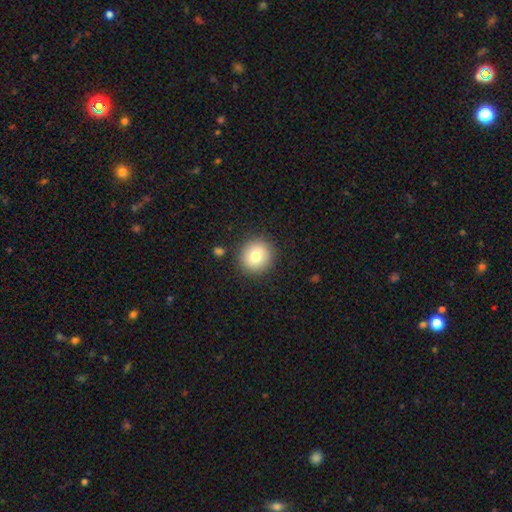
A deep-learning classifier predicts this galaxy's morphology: Q: Smooth or featured?
A: smooth (77%); runner-up: featured or disk (12%)
Q: How rounded?
A: round (92%); runner-up: in between (7%)
Q: Merging?
A: none (88%); runner-up: minor disturbance (7%)